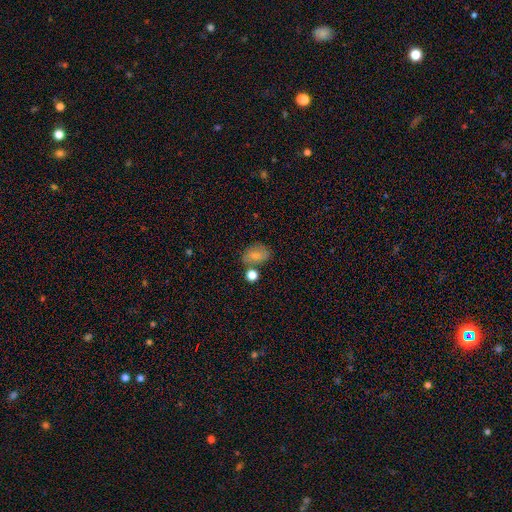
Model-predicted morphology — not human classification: Smooth or featured: smooth — 70% (featured or disk — 19%)
How rounded: in between — 71% (round — 28%)
Merging: none — 59% (minor disturbance — 19%)